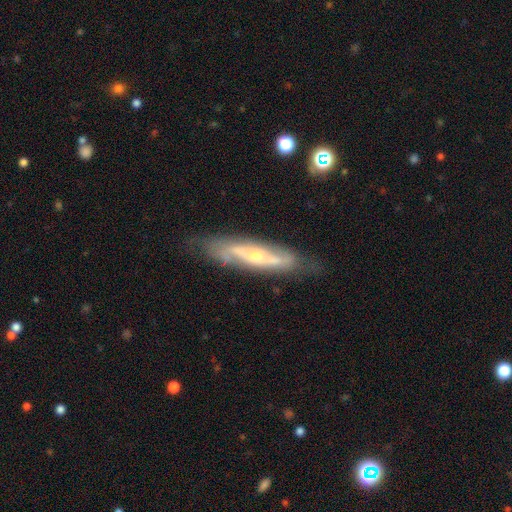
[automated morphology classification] A featured or disk galaxy (75%). Merging: none (75%).